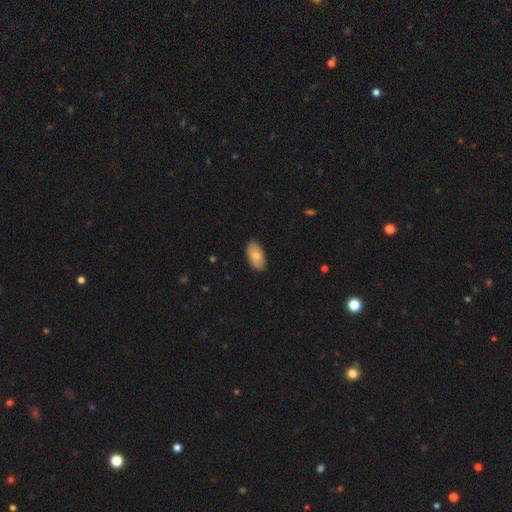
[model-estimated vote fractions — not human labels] A smooth galaxy with no disk features (79%) that is in between round and cigar-shaped (95%). Merging: none (86%).